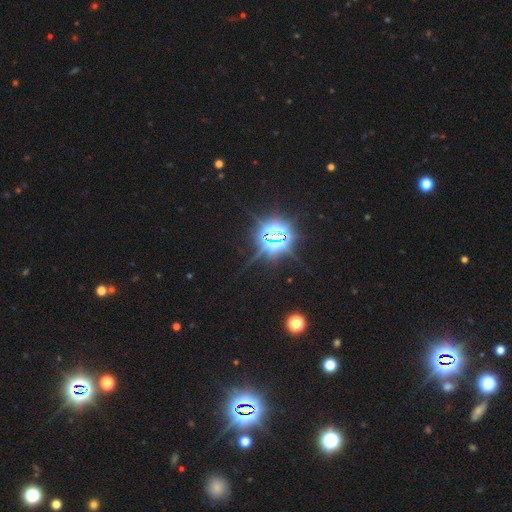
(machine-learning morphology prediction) Smooth or featured: star or artifact — 79% (smooth — 15%)